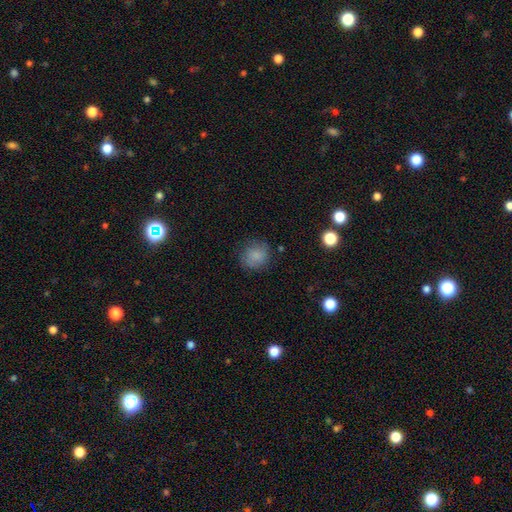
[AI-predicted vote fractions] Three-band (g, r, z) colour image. It shows a smooth galaxy with no disk features (83%) that is round (82%). Merging: none (79%).